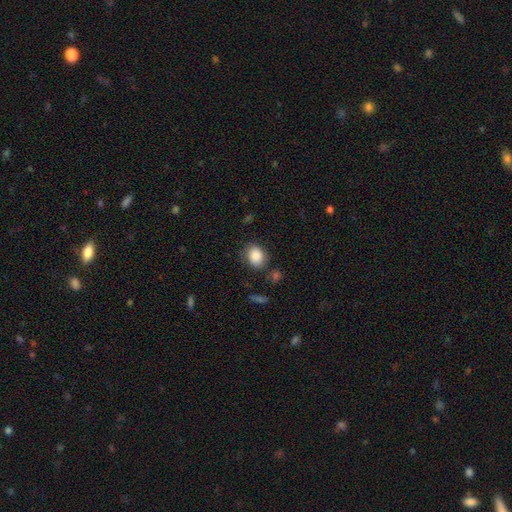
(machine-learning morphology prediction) Smooth or featured? smooth (87%)
How rounded? in between (53%)
Merging? none (74%)